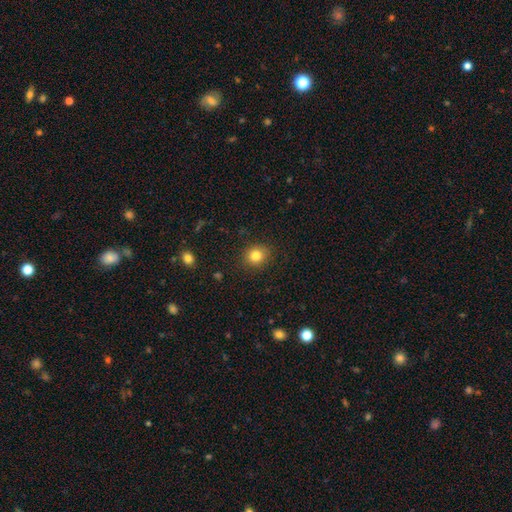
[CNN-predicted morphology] A smooth galaxy with no disk features (82%) that is round (79%). Merging: none (88%).